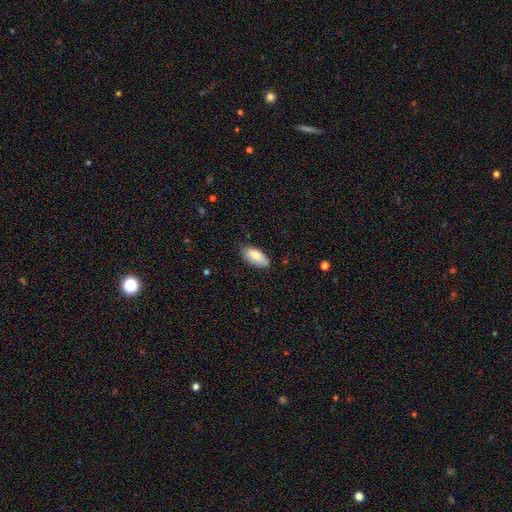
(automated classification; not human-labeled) smooth_or_featured: smooth (p=0.83) [alt: featured or disk p=0.11]
how_rounded: in between (p=0.90) [alt: cigar-shaped p=0.08]
merging: none (p=0.74) [alt: minor disturbance p=0.22]